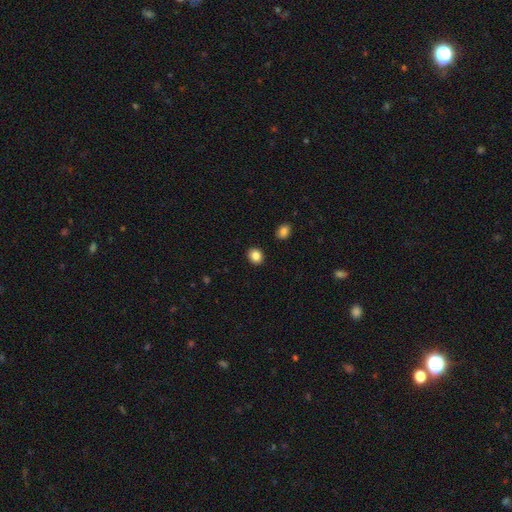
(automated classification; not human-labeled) Smooth or featured: smooth — 86% (star or artifact — 10%)
How rounded: round — 70% (in between — 29%)
Merging: none — 90% (minor disturbance — 6%)